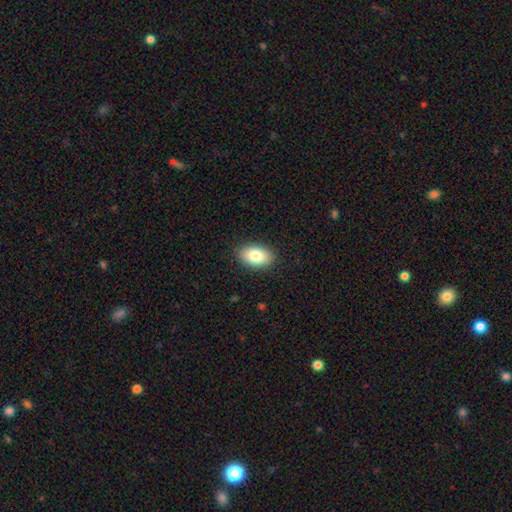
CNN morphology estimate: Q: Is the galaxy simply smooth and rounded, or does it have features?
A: smooth — 83%.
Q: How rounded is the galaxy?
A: in between — 91%.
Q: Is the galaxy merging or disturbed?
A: none — 89%.